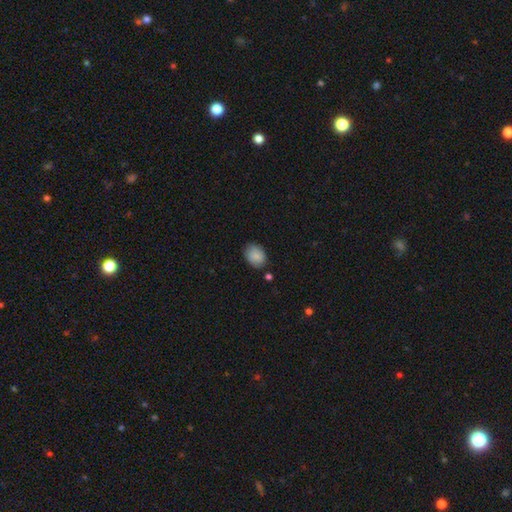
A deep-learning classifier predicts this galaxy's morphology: Smooth or featured? Predicted: smooth (p=0.86). How rounded? Predicted: in between (p=0.73). Merging? Predicted: none (p=0.75).